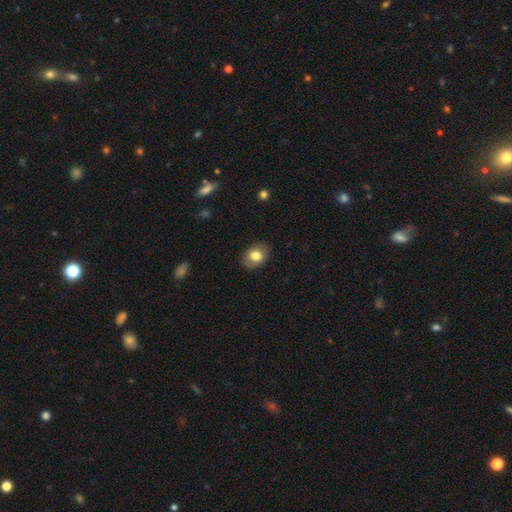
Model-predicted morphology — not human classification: Smooth or featured? Predicted: smooth (p=0.77). How rounded? Predicted: in between (p=0.69). Merging? Predicted: none (p=0.85).